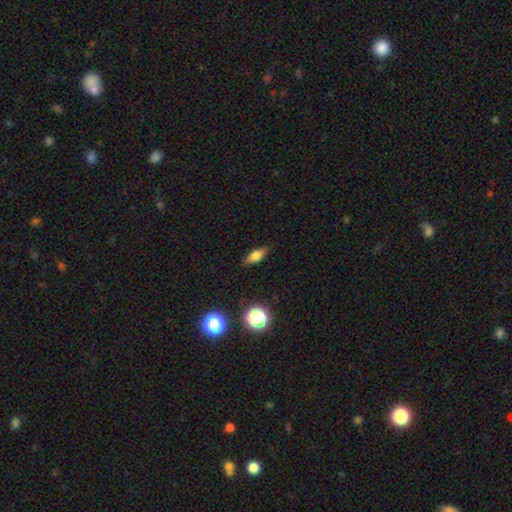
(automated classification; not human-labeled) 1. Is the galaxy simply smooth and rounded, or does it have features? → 66% smooth, 23% featured or disk, 11% star or artifact.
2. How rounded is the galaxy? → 68% in between, 23% cigar-shaped, 9% round.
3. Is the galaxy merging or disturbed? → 83% none, 13% minor disturbance, 3% major disturbance, 1% merger.